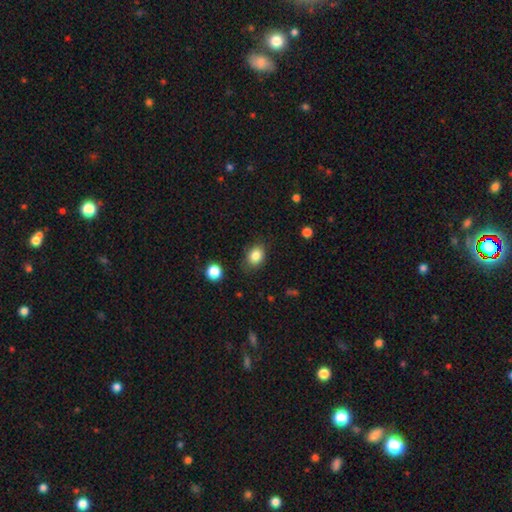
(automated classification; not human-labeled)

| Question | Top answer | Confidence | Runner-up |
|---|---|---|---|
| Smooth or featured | smooth | 85% | star or artifact (9%) |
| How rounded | in between | 62% | round (37%) |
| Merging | none | 78% | minor disturbance (16%) |